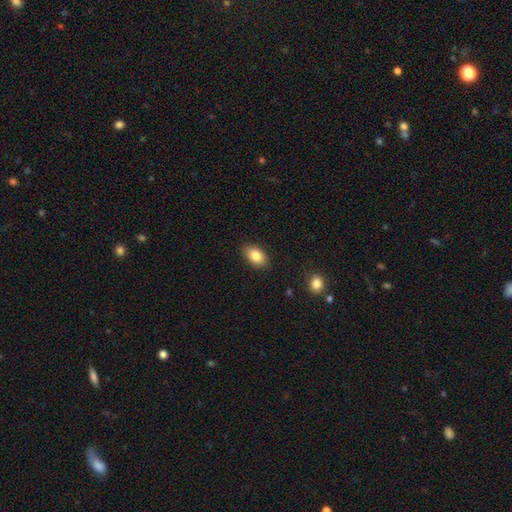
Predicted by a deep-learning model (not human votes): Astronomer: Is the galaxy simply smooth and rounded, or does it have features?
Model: smooth — 84%.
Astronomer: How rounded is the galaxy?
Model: in between — 90%.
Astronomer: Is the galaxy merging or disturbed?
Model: none — 86%.